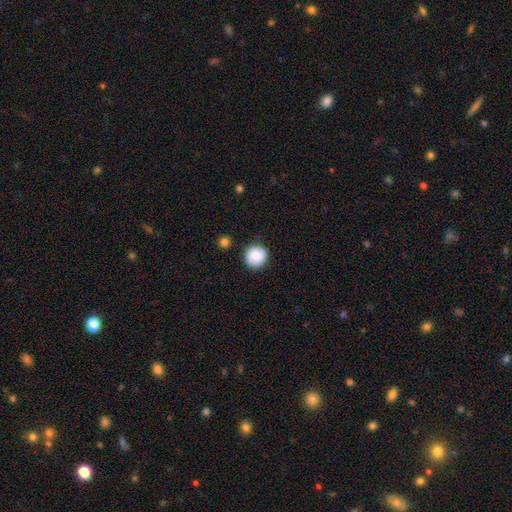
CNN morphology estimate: Q: Smooth or featured?
A: smooth (83%); runner-up: featured or disk (9%)
Q: How rounded?
A: round (93%); runner-up: in between (6%)
Q: Merging?
A: none (85%); runner-up: minor disturbance (10%)